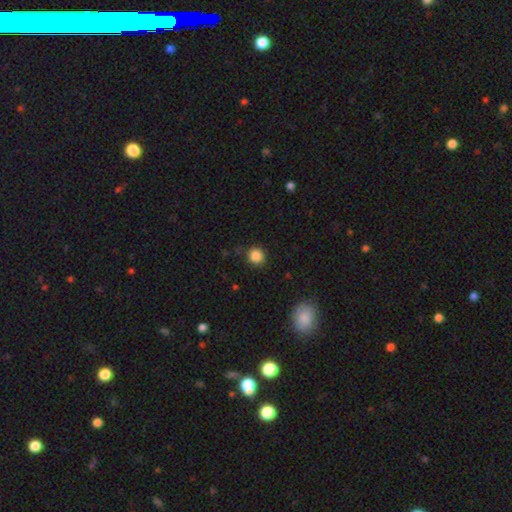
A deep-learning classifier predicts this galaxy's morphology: A smooth galaxy with no disk features (87%) that is round (91%). Merging: none (88%).